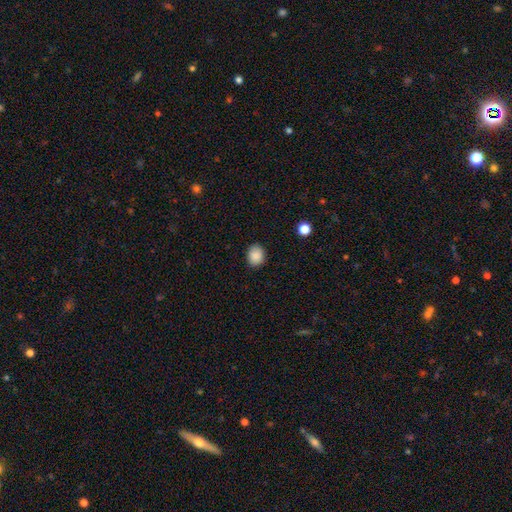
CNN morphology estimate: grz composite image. It shows a smooth galaxy with no disk features (88%) that is round (50%). Merging: none (86%).